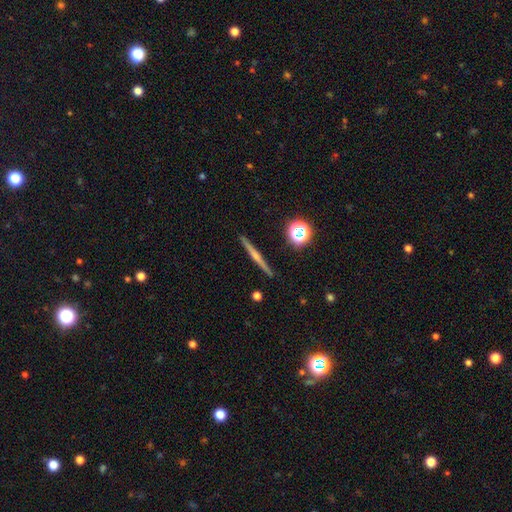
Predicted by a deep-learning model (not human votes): Morphology: type=featured or disk (61%); edge-on=yes (98%); edge-on bulge=rounded (61%); merging=none (91%).